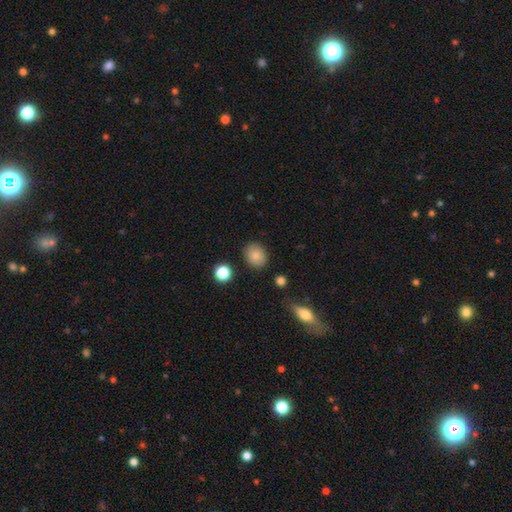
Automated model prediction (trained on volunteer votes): Overall: smooth (84%). How rounded: round (56%; in between 43%). Merging: none (86%).